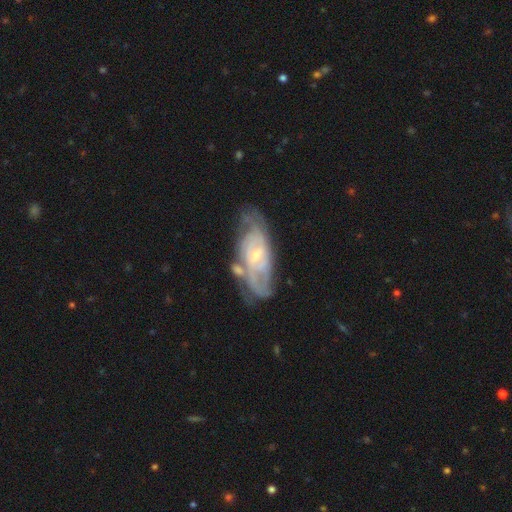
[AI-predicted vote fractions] Overall: featured or disk (81%). Edge-on disk: no (91%). Bar: weak (49%; no 39%). Spiral arms: yes (90%). Spiral arm count: can't tell (41%; 2 34%). Spiral winding: tight (54%; medium 36%). Bulge size: small (65%; moderate 28%). Merging: none (54%; minor disturbance 22%).